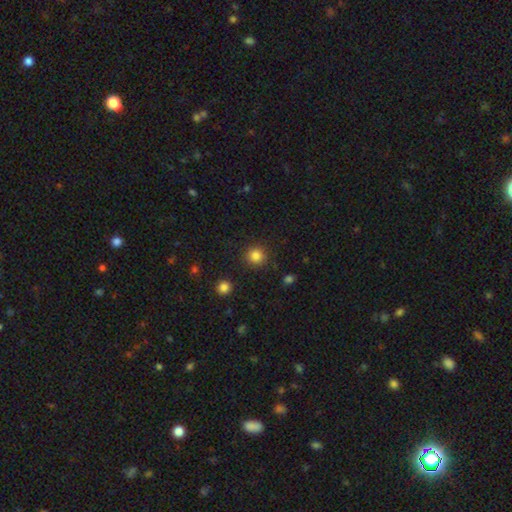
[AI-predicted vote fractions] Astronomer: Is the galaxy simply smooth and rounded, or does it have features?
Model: smooth — 83%.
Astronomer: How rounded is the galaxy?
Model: round — 93%.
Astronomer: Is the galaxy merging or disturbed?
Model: none — 90%.